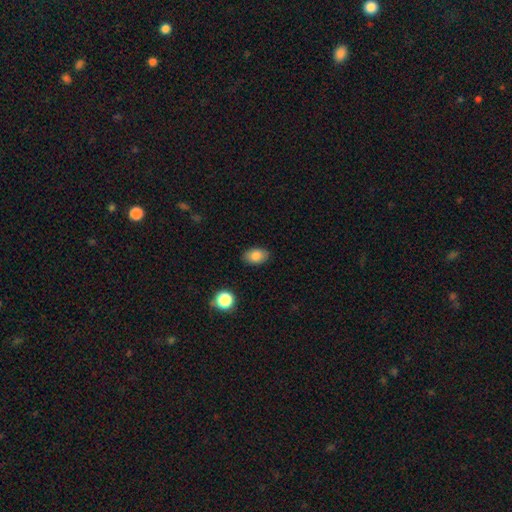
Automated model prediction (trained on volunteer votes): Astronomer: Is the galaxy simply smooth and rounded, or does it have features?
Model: smooth — 83%.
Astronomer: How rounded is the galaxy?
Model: in between — 85%.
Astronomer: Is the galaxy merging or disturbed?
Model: none — 86%.